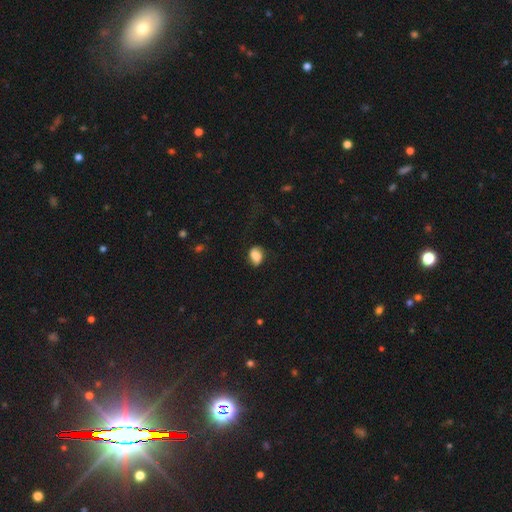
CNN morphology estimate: Q: Smooth or featured?
A: smooth (76%); runner-up: featured or disk (15%)
Q: How rounded?
A: in between (71%); runner-up: round (27%)
Q: Merging?
A: none (61%); runner-up: minor disturbance (25%)